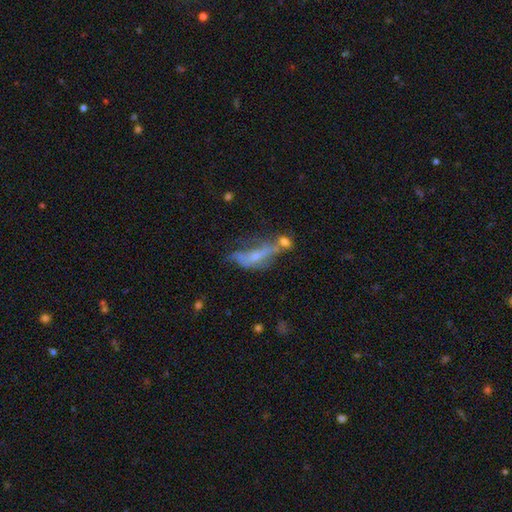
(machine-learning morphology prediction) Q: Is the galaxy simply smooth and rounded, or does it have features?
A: featured or disk — 57%.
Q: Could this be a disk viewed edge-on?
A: no — 68%.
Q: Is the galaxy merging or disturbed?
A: merger — 28%, tied with none.